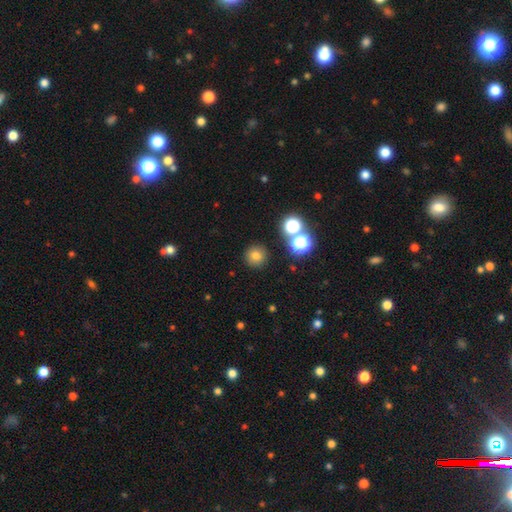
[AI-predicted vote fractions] Smooth or featured: smooth — 73% (star or artifact — 18%)
How rounded: round — 95% (in between — 4%)
Merging: none — 87% (minor disturbance — 6%)